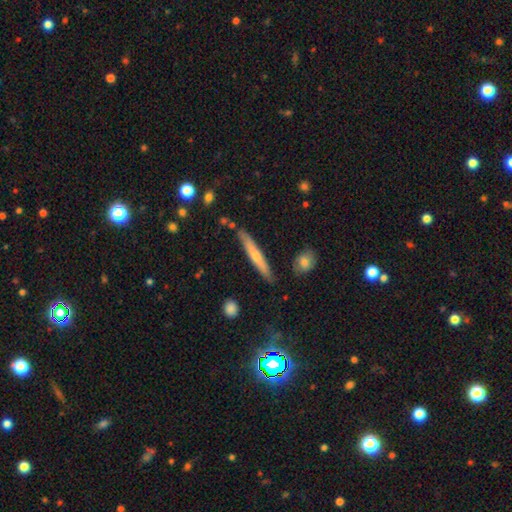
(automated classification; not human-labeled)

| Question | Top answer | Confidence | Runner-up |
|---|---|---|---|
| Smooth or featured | smooth | 55% | featured or disk (39%) |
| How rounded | cigar-shaped | 94% | in between (5%) |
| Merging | none | 84% | minor disturbance (11%) |